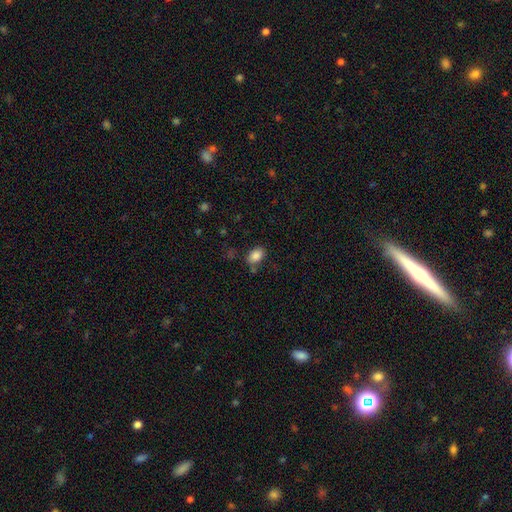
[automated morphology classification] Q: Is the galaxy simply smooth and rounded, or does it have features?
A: smooth — 86%.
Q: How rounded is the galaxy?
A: in between — 85%.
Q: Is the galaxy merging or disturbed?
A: none — 73%.